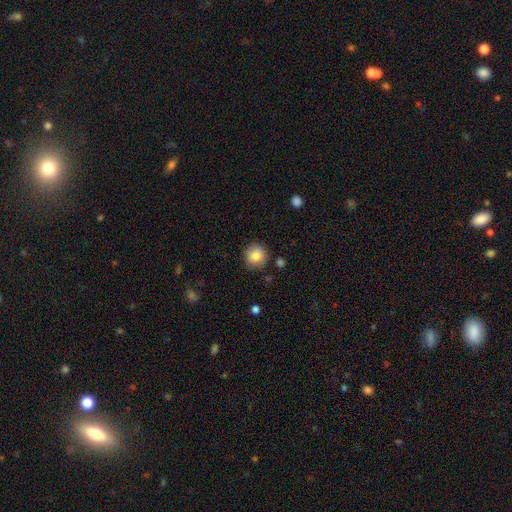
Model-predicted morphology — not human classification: smooth-or-featured: smooth: 84% | star or artifact: 9% | featured or disk: 7%
  how-rounded: round: 92% | in between: 7% | cigar-shaped: 1%
  merging: none: 87% | minor disturbance: 9% | major disturbance: 2% | merger: 2%